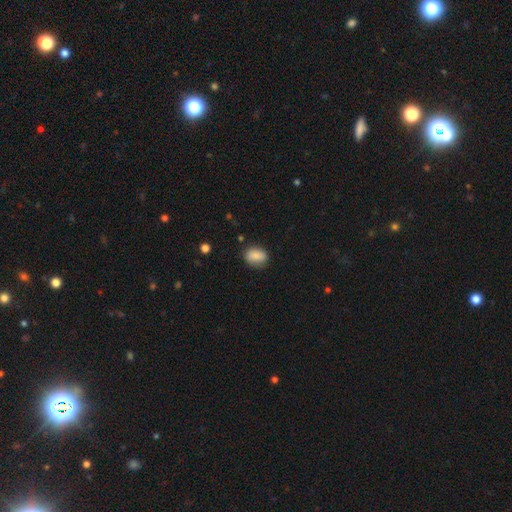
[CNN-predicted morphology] Overall: smooth (85%). How rounded: in between (70%). Merging: none (78%).